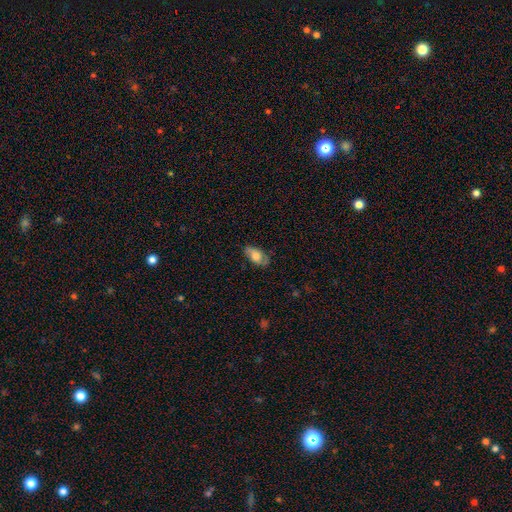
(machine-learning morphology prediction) A smooth galaxy with no disk features (59%) that is in between round and cigar-shaped (88%).

Vote fractions:
- Smooth or featured? smooth: 59% / featured or disk: 33% / star or artifact: 8%
- How rounded? in between: 88% / round: 6% / cigar-shaped: 6%
- Merging? none: 70% / minor disturbance: 22% / major disturbance: 7% / merger: 1%